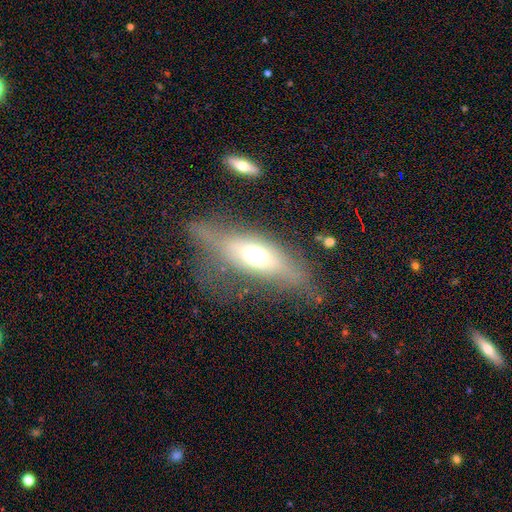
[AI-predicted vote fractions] This appears to be a smooth galaxy with no disk features (48%). Merging: none (50%).